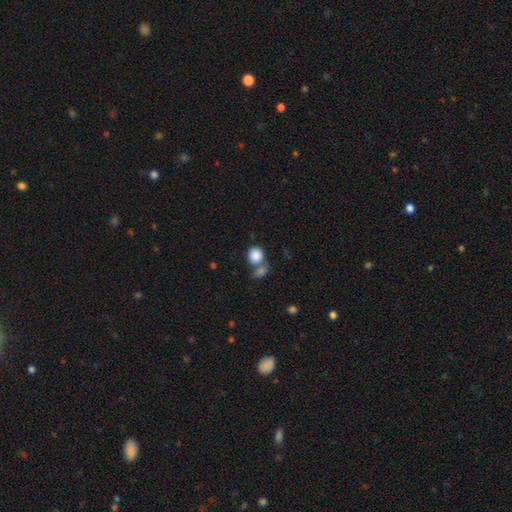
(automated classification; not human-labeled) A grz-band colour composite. It shows a smooth galaxy with no disk features (87%) that is round (74%). Merging: none (45%).